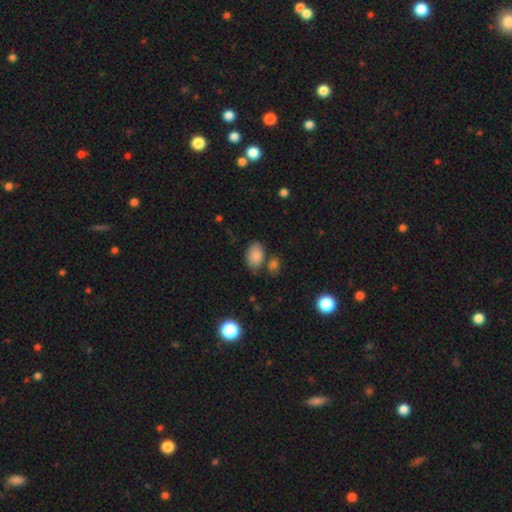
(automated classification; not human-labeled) Q: Smooth or featured?
A: smooth (85%); runner-up: star or artifact (9%)
Q: How rounded?
A: in between (85%); runner-up: round (13%)
Q: Merging?
A: none (61%); runner-up: minor disturbance (19%)